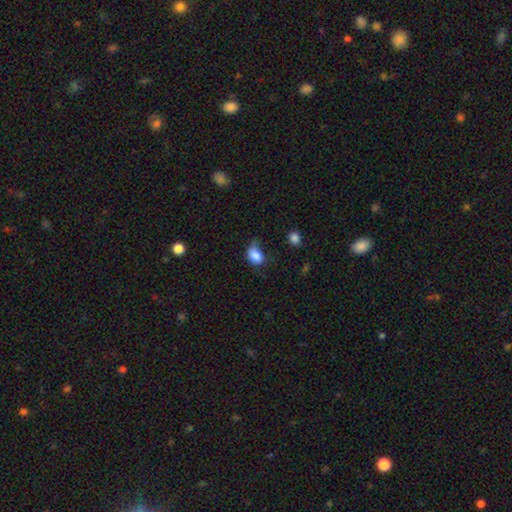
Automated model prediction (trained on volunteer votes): This is clearly a smooth galaxy (83%). How rounded: likely in between (69%). Merging: marginally minor disturbance (40%).